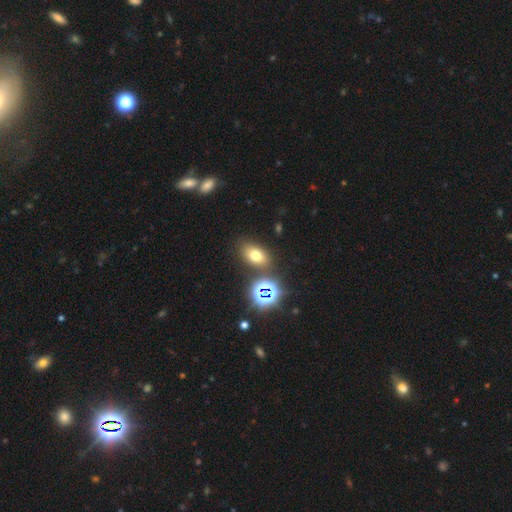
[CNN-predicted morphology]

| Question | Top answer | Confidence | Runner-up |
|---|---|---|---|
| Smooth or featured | smooth | 65% | star or artifact (24%) |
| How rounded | in between | 78% | round (20%) |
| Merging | none | 79% | minor disturbance (10%) |